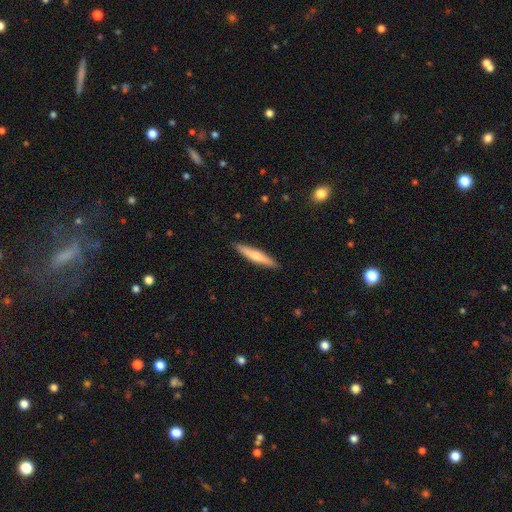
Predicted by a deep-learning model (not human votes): Smooth or featured?
  - smooth: 61% *
  - featured or disk: 34%
  - star or artifact: 5%
How rounded?
  - cigar-shaped: 90% *
  - in between: 8%
  - round: 1%
Merging?
  - none: 90% *
  - minor disturbance: 7%
  - major disturbance: 2%
  - merger: 1%